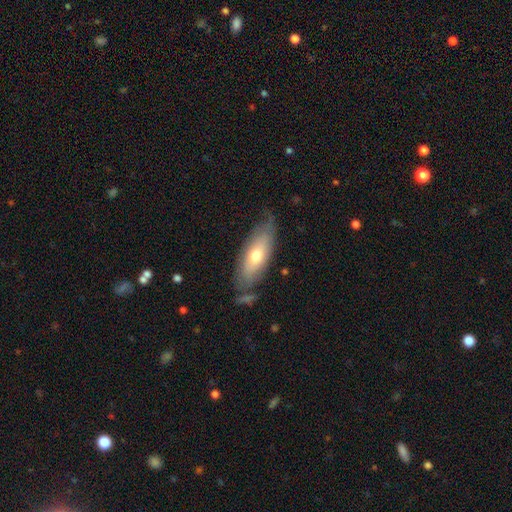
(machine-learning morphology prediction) Overall: smooth (57%; featured or disk 37%). How rounded: in between (70%). Merging: none (66%).